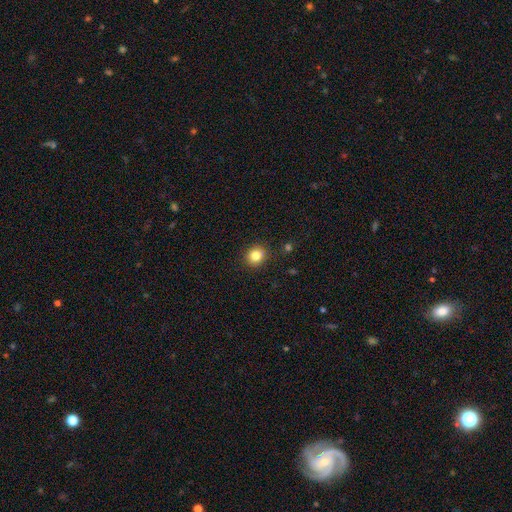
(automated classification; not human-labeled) A smooth galaxy with no disk features (82%) that is round (81%). Merging: none (90%).